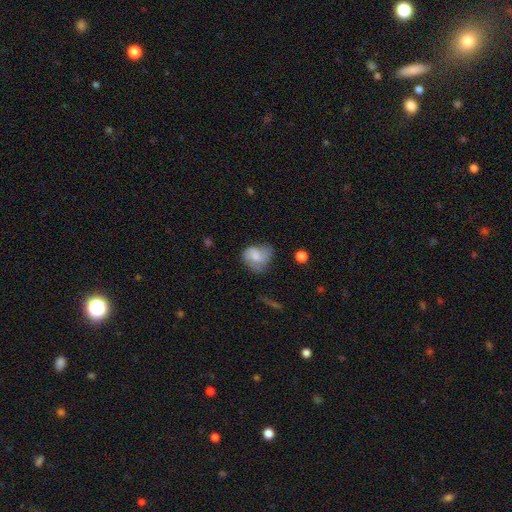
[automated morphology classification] smooth 56%, featured or disk 36%, star or artifact 8%. Down the decision tree: how rounded — round (50%); merging — none (41%).